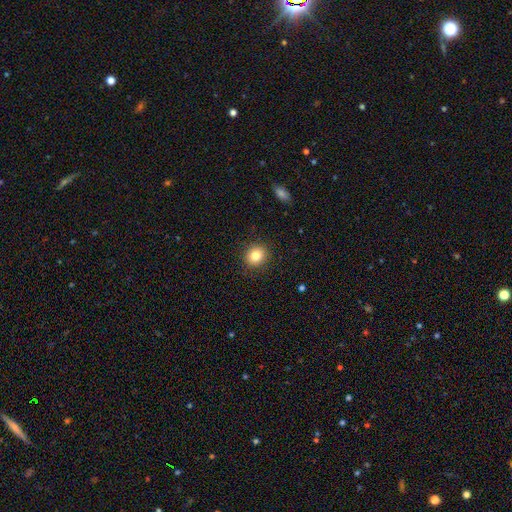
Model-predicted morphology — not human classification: Q: Smooth or featured?
A: smooth (82%); runner-up: star or artifact (10%)
Q: How rounded?
A: round (81%); runner-up: in between (18%)
Q: Merging?
A: none (91%); runner-up: minor disturbance (6%)